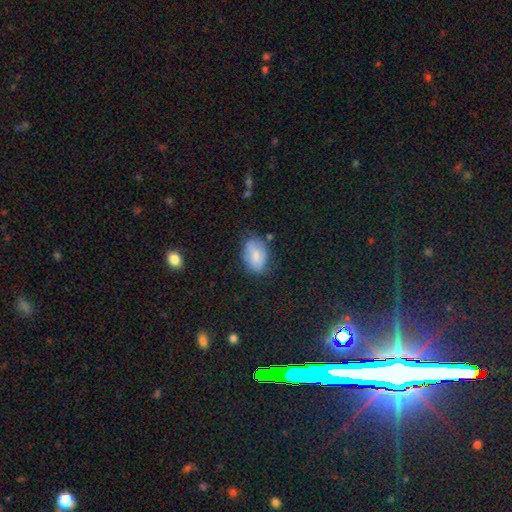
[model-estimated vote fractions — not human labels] Smooth or featured: smooth — 73% (featured or disk — 19%)
How rounded: in between — 83% (round — 15%)
Merging: none — 65% (minor disturbance — 26%)